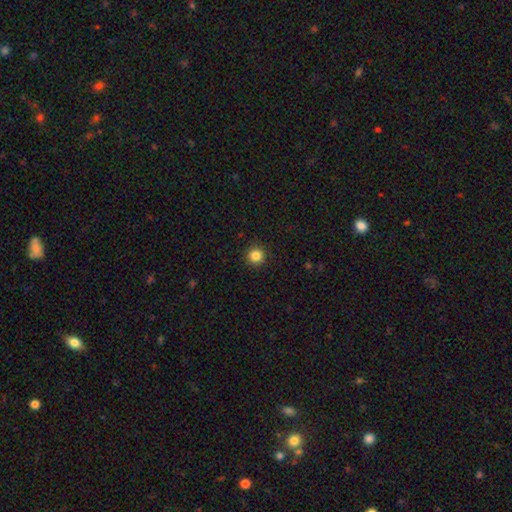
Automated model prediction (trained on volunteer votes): Morphology: type=smooth (85%); roundness=round (95%); merging=none (93%).